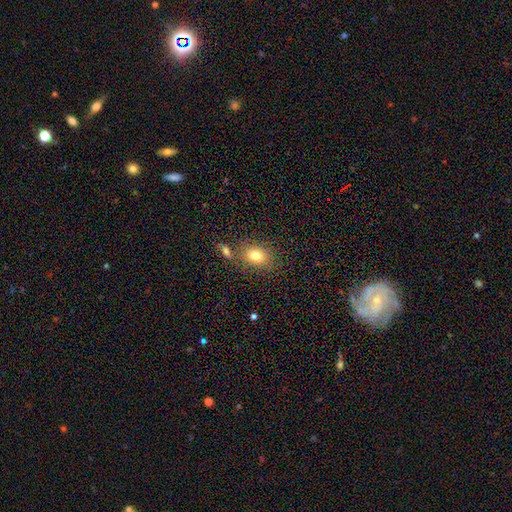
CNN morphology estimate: Q: Smooth or featured?
A: smooth (79%); runner-up: star or artifact (11%)
Q: How rounded?
A: in between (60%); runner-up: round (38%)
Q: Merging?
A: none (70%); runner-up: merger (14%)